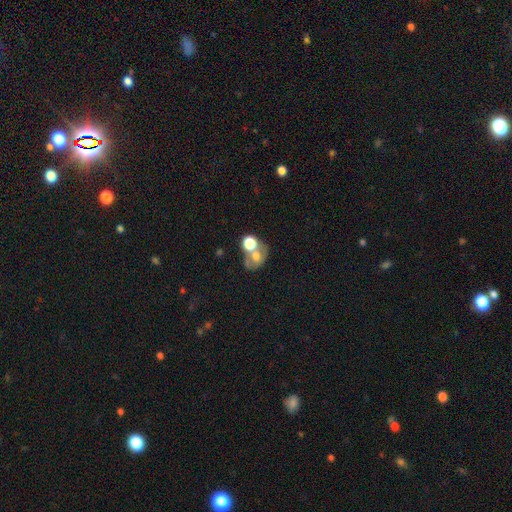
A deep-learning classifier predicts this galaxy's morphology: Q: Smooth or featured?
A: smooth (54%); runner-up: featured or disk (32%)
Q: How rounded?
A: in between (55%); runner-up: round (44%)
Q: Merging?
A: merger (47%); runner-up: none (31%)